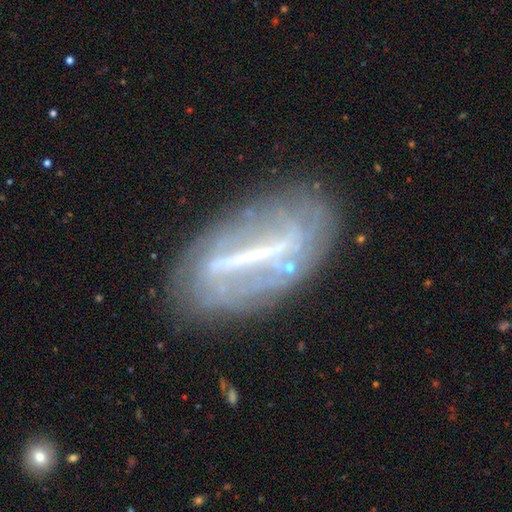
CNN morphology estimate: Smooth or featured: featured or disk — 75% (smooth — 16%)
Edge-on disk: no — 78% (yes — 22%)
Bar: strong — 82% (weak — 12%)
Spiral arms: no — 56% (yes — 44%)
Bulge size: none — 43% (small — 33%)
Merging: none — 70% (minor disturbance — 17%)